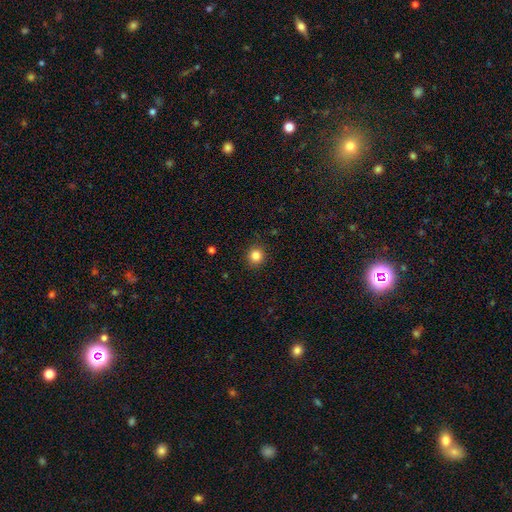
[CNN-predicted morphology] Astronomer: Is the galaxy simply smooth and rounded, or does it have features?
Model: smooth — 84%.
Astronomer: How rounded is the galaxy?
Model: round — 92%.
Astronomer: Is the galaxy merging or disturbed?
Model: none — 91%.